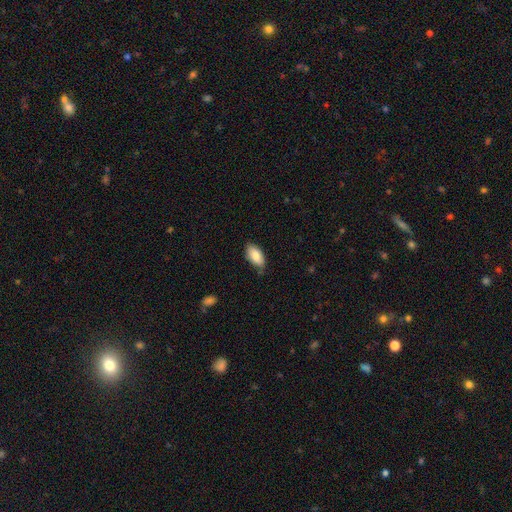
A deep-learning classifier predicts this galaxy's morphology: The model was most divided on "merging": none: 75%, minor disturbance: 21%, major disturbance: 3%, merger: 2%. More confident: how rounded — in between (93%); smooth or featured — smooth (84%).